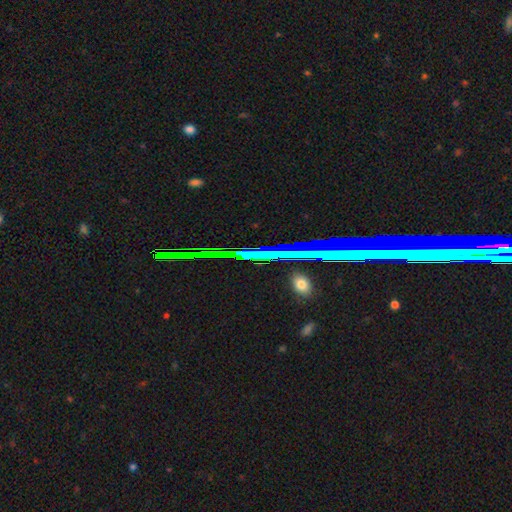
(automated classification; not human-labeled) Smooth or featured? Predicted: star or artifact (p=0.76).